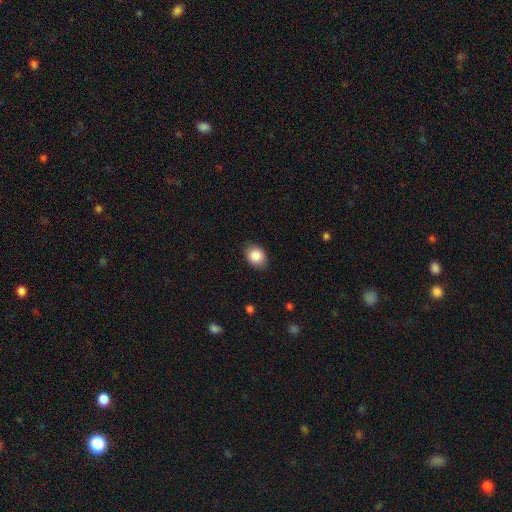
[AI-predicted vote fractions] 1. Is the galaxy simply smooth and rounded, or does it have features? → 86% smooth, 8% star or artifact, 6% featured or disk.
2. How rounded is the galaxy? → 63% in between, 36% round, 1% cigar-shaped.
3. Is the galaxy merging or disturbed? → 84% none, 12% minor disturbance, 3% major disturbance, 1% merger.